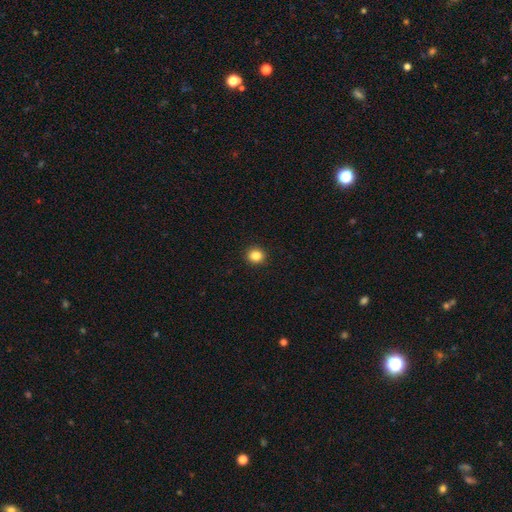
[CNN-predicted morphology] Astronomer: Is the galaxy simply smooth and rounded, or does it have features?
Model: smooth — 86%.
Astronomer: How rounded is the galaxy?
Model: round — 83%.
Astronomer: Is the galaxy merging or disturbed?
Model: none — 92%.